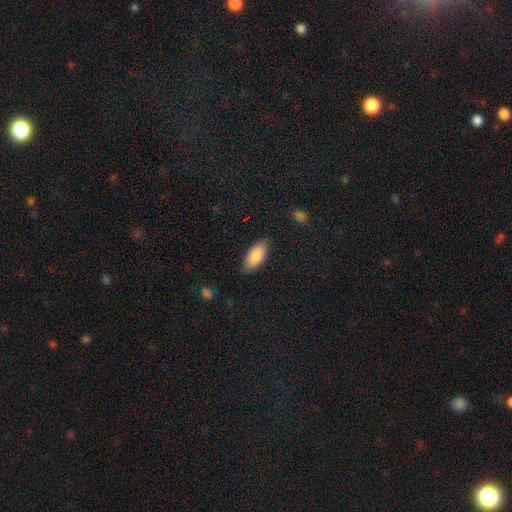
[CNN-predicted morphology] The model was most divided on "merging": none: 78%, minor disturbance: 17%, major disturbance: 3%, merger: 1%. More confident: how rounded — in between (91%); smooth or featured — smooth (87%).